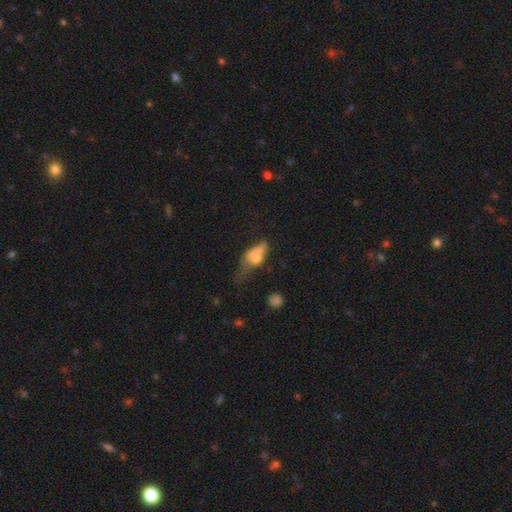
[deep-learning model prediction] Smooth or featured? smooth (61%)
How rounded? in between (77%)
Merging? major disturbance (42%)